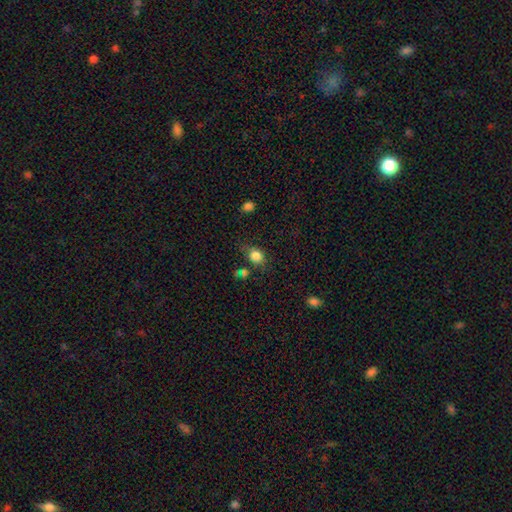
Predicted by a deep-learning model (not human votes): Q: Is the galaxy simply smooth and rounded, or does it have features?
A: smooth — 82%.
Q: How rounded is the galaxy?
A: round — 55%.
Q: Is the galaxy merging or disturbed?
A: none — 62%.